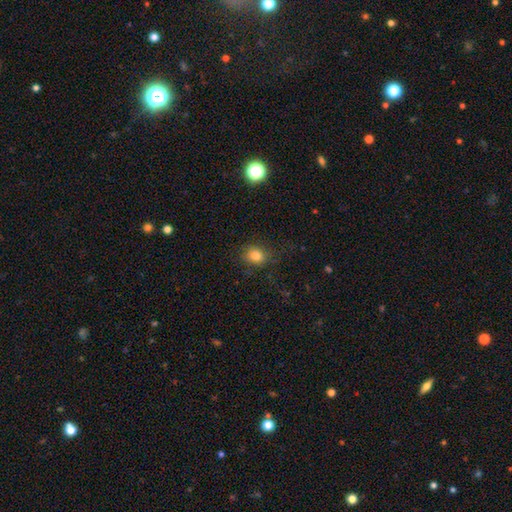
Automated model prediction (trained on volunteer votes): Overall: smooth (81%). How rounded: round (65%; in between 34%). Merging: none (77%).